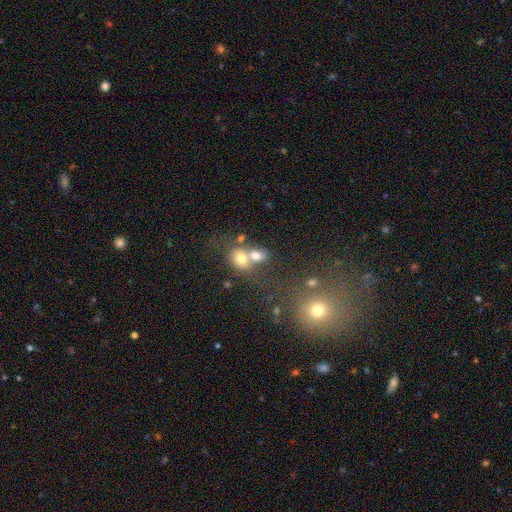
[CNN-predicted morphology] Smooth or featured: smooth — 70% (featured or disk — 18%)
How rounded: in between — 55% (round — 43%)
Merging: merger — 61% (none — 26%)